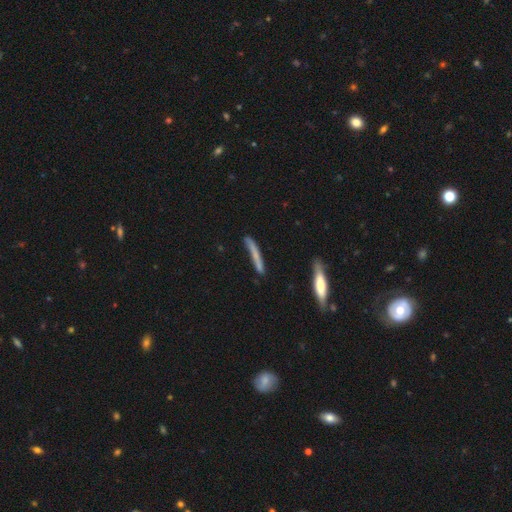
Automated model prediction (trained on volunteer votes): Smooth or featured? Predicted: smooth (p=0.60). How rounded? Predicted: cigar-shaped (p=0.94). Merging? Predicted: none (p=0.65).